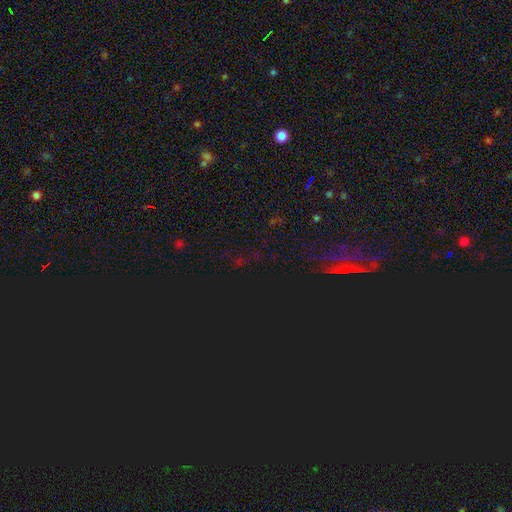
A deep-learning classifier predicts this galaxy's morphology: Smooth or featured? star or artifact (78%)